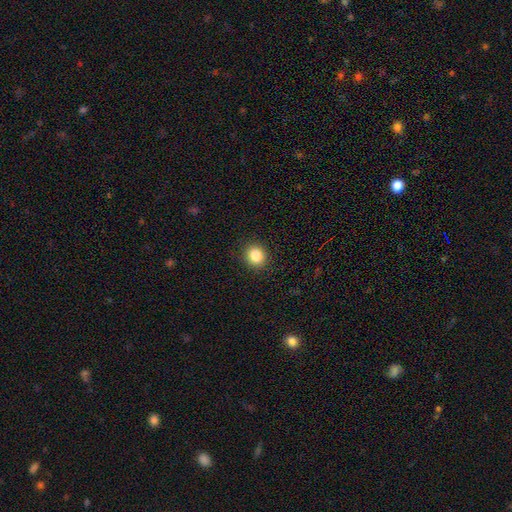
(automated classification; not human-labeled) The model was most divided on "how rounded": round: 82%, in between: 17%, cigar-shaped: 1%. More confident: merging — none (91%); smooth or featured — smooth (85%).